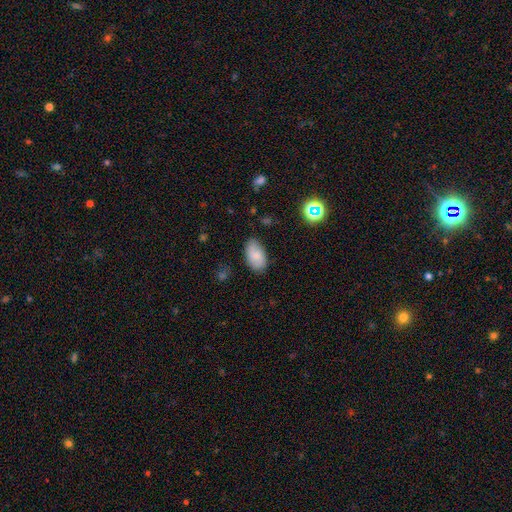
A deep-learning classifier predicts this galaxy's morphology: Smooth or featured? Predicted: smooth (p=0.79). How rounded? Predicted: in between (p=0.94). Merging? Predicted: none (p=0.81).